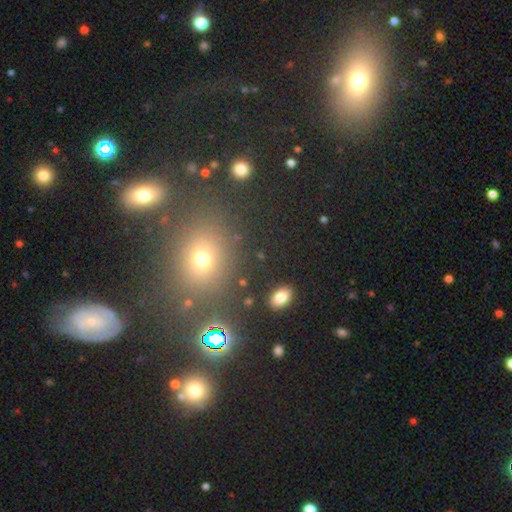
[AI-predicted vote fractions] Smooth or featured? smooth (52%)
How rounded? in between (50%)
Merging? none (77%)